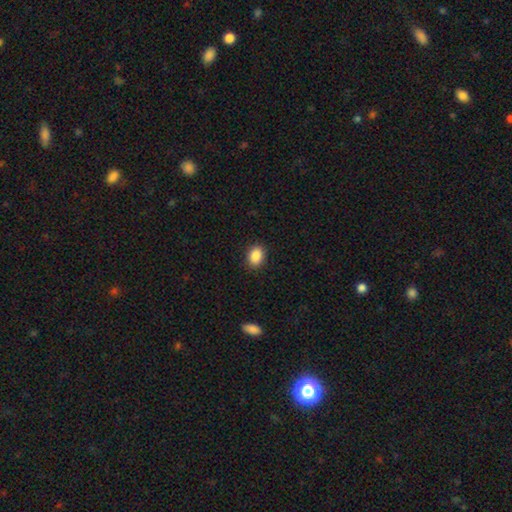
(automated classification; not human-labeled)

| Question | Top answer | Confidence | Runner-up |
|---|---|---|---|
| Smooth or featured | smooth | 88% | star or artifact (8%) |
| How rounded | in between | 72% | round (27%) |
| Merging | none | 90% | minor disturbance (7%) |